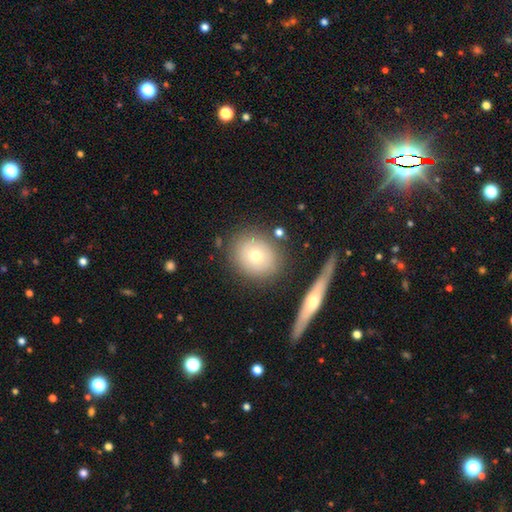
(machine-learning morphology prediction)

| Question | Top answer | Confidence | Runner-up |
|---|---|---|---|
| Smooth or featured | smooth | 69% | featured or disk (22%) |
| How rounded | round | 75% | in between (23%) |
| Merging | none | 79% | minor disturbance (12%) |